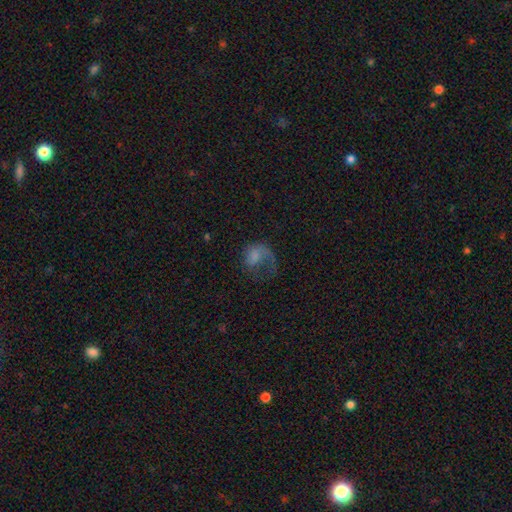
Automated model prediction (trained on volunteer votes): Overall: smooth (47%; featured or disk 42%). Merging: major disturbance (57%; none 24%).